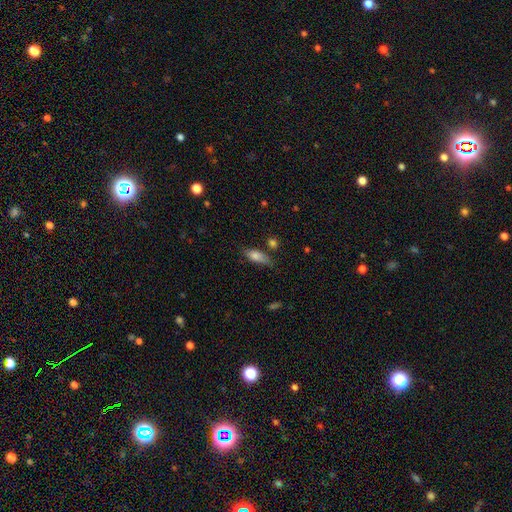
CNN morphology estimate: Smooth or featured?
  - smooth: 79% *
  - featured or disk: 14%
  - star or artifact: 7%
How rounded?
  - in between: 69% *
  - cigar-shaped: 27%
  - round: 3%
Merging?
  - none: 63% *
  - minor disturbance: 24%
  - merger: 6%
  - major disturbance: 6%